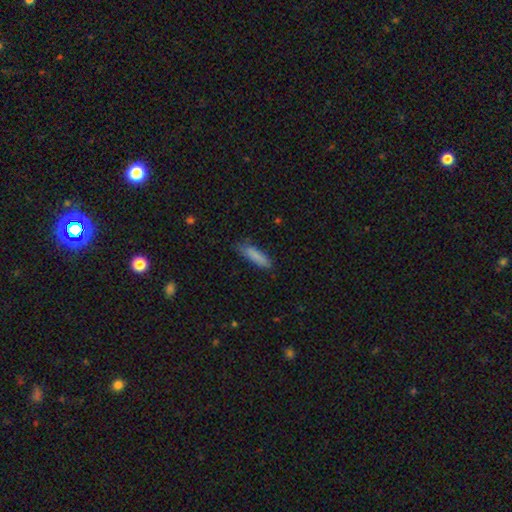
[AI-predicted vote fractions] smooth-or-featured: smooth: 85% | featured or disk: 8% | star or artifact: 7%
  how-rounded: cigar-shaped: 69% | in between: 29% | round: 1%
  merging: none: 71% | minor disturbance: 23% | major disturbance: 4% | merger: 2%